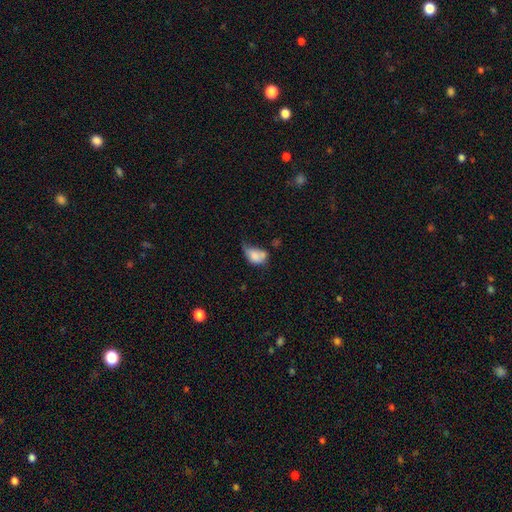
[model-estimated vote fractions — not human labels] Smooth or featured? smooth (74%)
How rounded? in between (79%)
Merging? minor disturbance (33%)